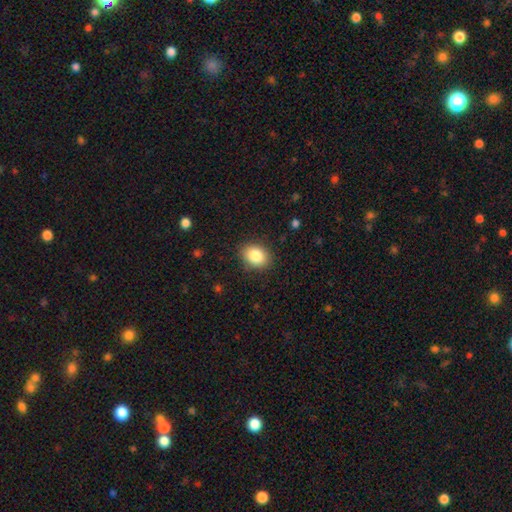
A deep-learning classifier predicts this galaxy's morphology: Smooth or featured: smooth — 85% (star or artifact — 8%)
How rounded: in between — 63% (round — 36%)
Merging: none — 87% (minor disturbance — 9%)